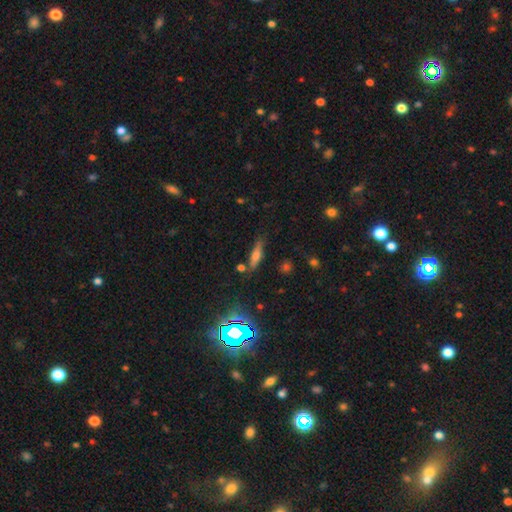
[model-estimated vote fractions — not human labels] smooth-or-featured: smooth: 49% | featured or disk: 30% | star or artifact: 22%
  merging: none: 73% | minor disturbance: 16% | merger: 5% | major disturbance: 5%